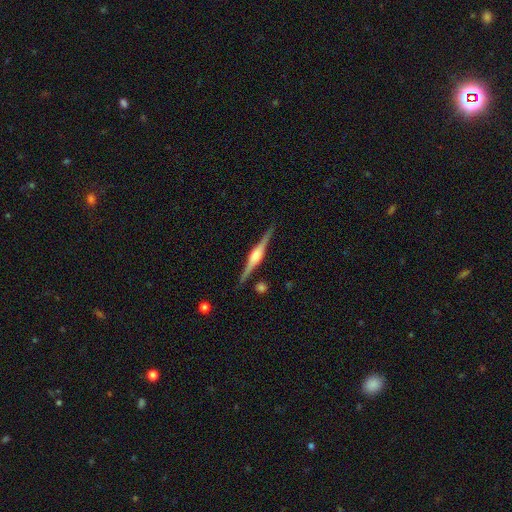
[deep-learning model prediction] smooth_or_featured: featured or disk (p=0.85) [alt: smooth p=0.09]
disk_edge_on: yes (p=0.98) [alt: no p=0.02]
edge_on_bulge: rounded (p=0.75) [alt: boxy p=0.22]
merging: none (p=0.89) [alt: minor disturbance p=0.08]